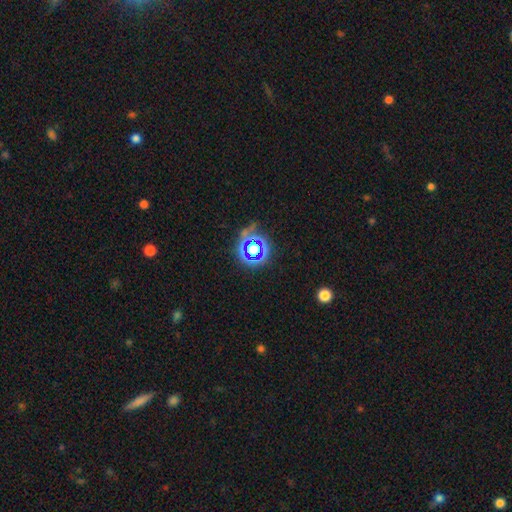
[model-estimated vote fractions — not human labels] This appears to be a star or artifact, not a galaxy (71%).